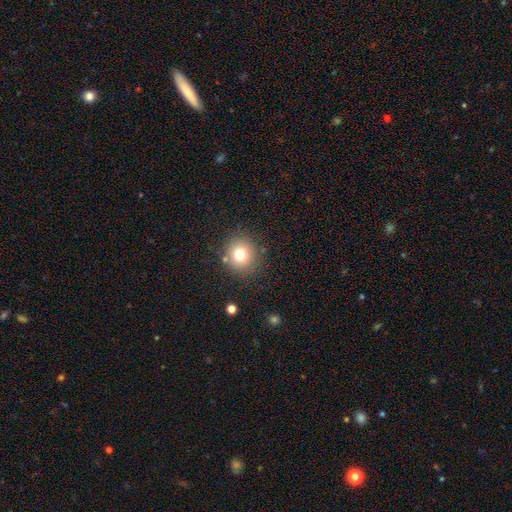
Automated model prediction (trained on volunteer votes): Q: Smooth or featured?
A: smooth (67%); runner-up: star or artifact (24%)
Q: How rounded?
A: round (93%); runner-up: in between (5%)
Q: Merging?
A: none (91%); runner-up: minor disturbance (6%)